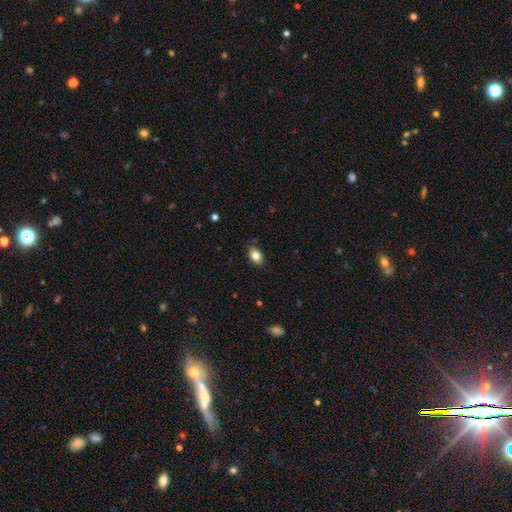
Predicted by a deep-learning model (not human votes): Overall: smooth (83%). How rounded: in between (80%). Merging: none (85%).